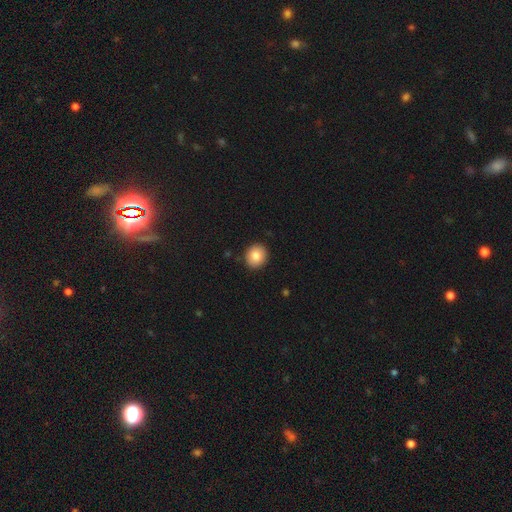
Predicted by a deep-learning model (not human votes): Smooth or featured? Predicted: smooth (p=0.84). How rounded? Predicted: round (p=0.83). Merging? Predicted: none (p=0.91).